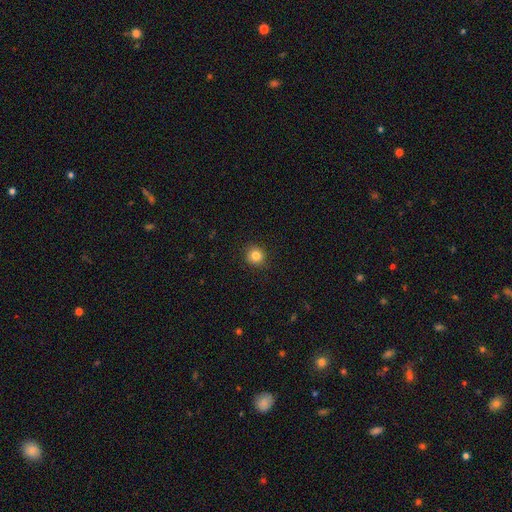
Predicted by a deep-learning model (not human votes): This is clearly a smooth galaxy (83%). How rounded: clearly round (91%). Merging: clearly none (91%).